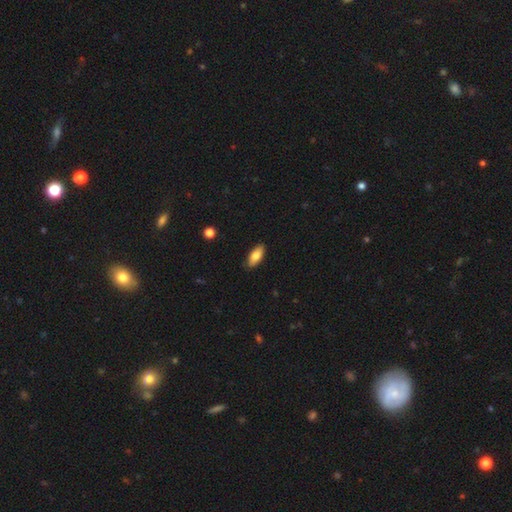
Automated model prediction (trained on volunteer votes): A smooth galaxy with no disk features (80%) that is in between round and cigar-shaped (84%). Merging: none (86%).